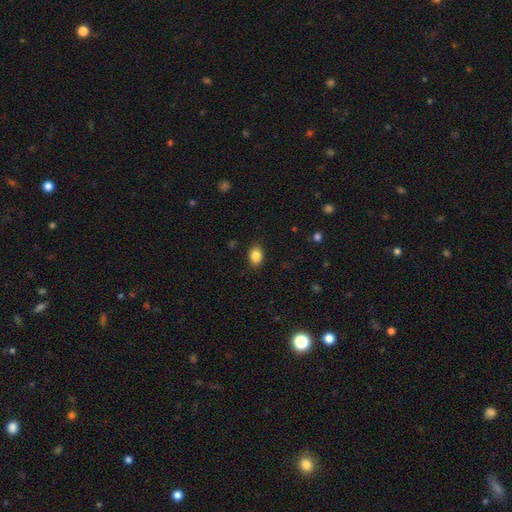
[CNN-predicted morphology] Smooth or featured?
  - smooth: 86% *
  - star or artifact: 9%
  - featured or disk: 5%
How rounded?
  - in between: 71% *
  - round: 28%
  - cigar-shaped: 1%
Merging?
  - none: 86% *
  - minor disturbance: 10%
  - major disturbance: 3%
  - merger: 1%